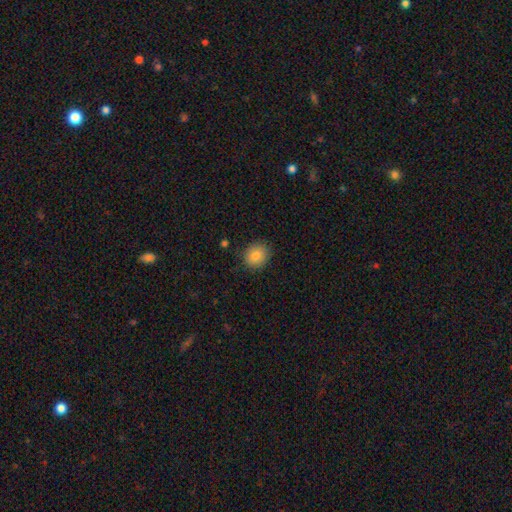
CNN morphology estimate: This is clearly a smooth galaxy (84%). How rounded: likely round (71%). Merging: clearly none (87%).